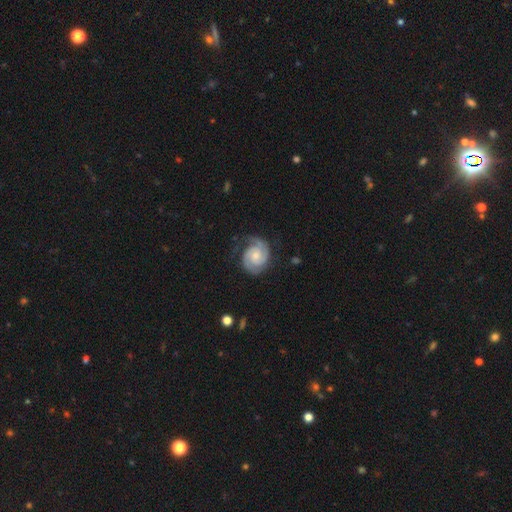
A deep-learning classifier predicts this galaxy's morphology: A featured or disk galaxy (91%) with no bar (63%), 2 (91%) tight (62%) spiral arms (98%) and a small central bulge (45%).

Vote fractions:
- Smooth or featured? featured or disk: 91% / smooth: 5% / star or artifact: 4%
- Edge-on disk? no: 98% / yes: 2%
- Bar? no: 63% / weak: 30% / strong: 7%
- Spiral arms? yes: 98% / no: 2%
- Spiral winding? tight: 62% / medium: 33% / loose: 5%
- Spiral arm count? 2: 91% / 3: 3% / can't tell: 2% / 1: 1% / 4: 1% / more than 4: 1%
- Bulge size? small: 45% / moderate: 43% / none: 8% / large: 3% / dominant: 1%
- Merging? none: 78% / minor disturbance: 16% / major disturbance: 5% / merger: 1%